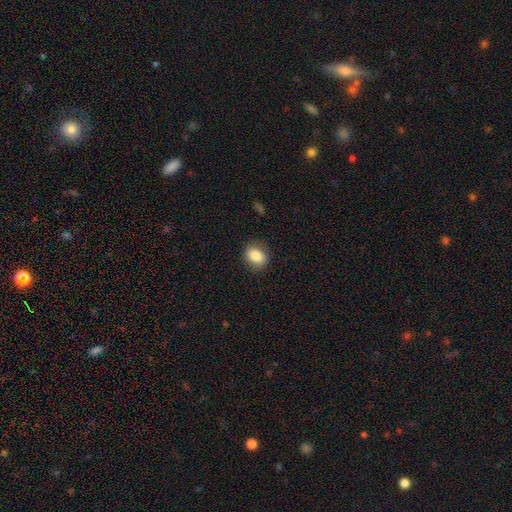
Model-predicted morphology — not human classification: Smooth or featured?
  - smooth: 84% *
  - star or artifact: 8%
  - featured or disk: 8%
How rounded?
  - in between: 57% *
  - round: 42%
  - cigar-shaped: 1%
Merging?
  - none: 84% *
  - minor disturbance: 12%
  - major disturbance: 3%
  - merger: 1%